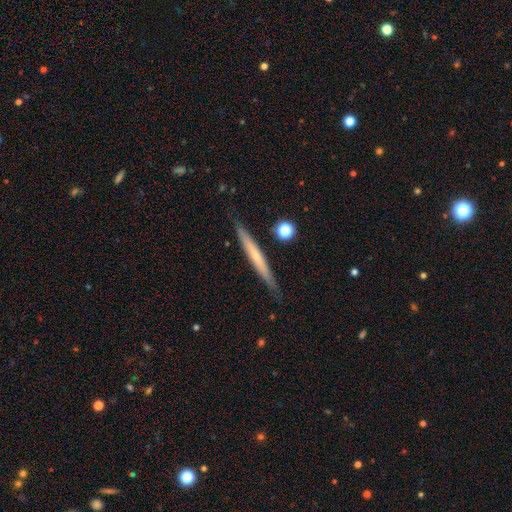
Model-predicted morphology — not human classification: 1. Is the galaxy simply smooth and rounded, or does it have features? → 51% featured or disk, 43% smooth, 6% star or artifact.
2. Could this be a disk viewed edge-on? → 95% yes, 5% no.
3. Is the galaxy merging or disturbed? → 87% none, 10% minor disturbance, 2% merger, 2% major disturbance.